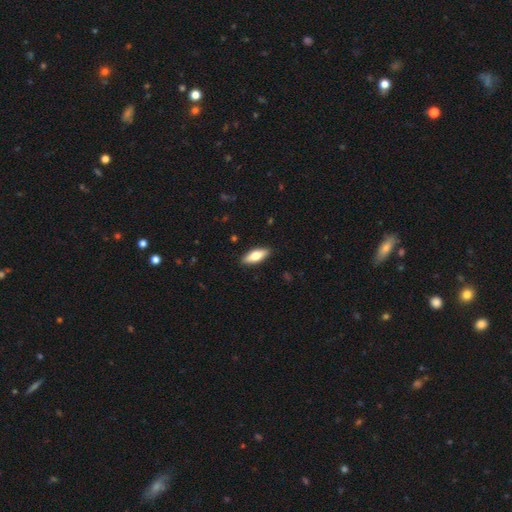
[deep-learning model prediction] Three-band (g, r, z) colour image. It shows a smooth galaxy with no disk features (68%) that is in between round and cigar-shaped (69%). Merging: none (90%).